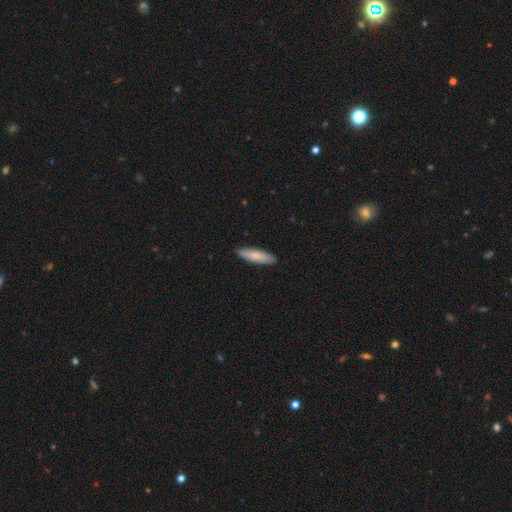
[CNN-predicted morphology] Q: Smooth or featured?
A: smooth (79%); runner-up: featured or disk (16%)
Q: How rounded?
A: cigar-shaped (67%); runner-up: in between (32%)
Q: Merging?
A: none (90%); runner-up: minor disturbance (8%)